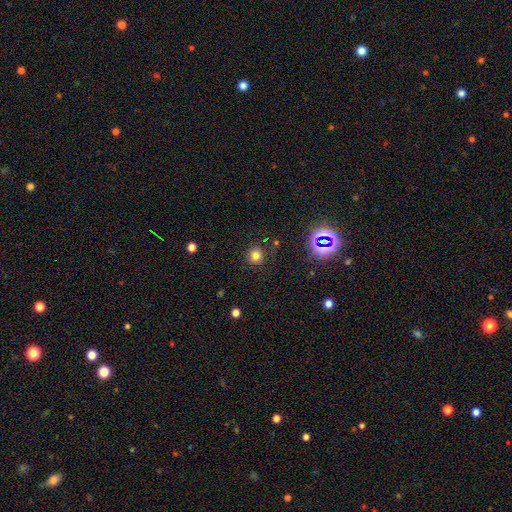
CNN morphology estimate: Overall: smooth (73%). How rounded: round (90%). Merging: none (87%).